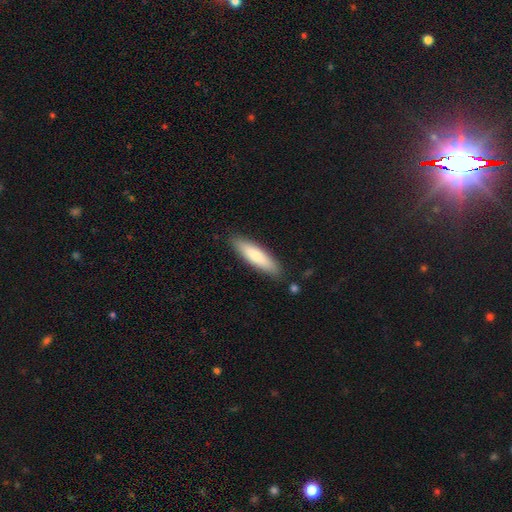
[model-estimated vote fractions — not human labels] Overall: smooth (76%). How rounded: cigar-shaped (70%). Merging: none (86%).